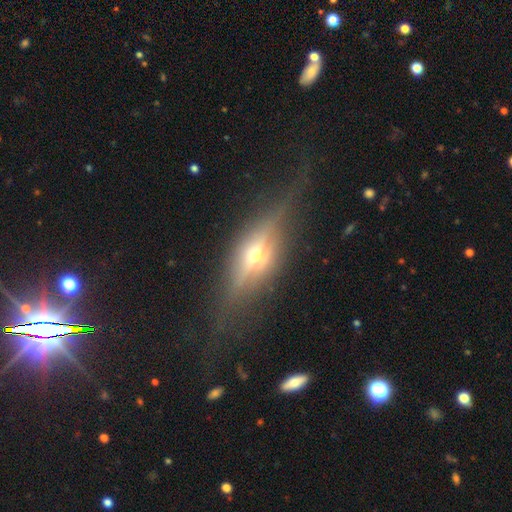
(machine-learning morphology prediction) type=featured or disk (75%); edge-on=yes (90%); edge-on bulge=rounded (91%); merging=none (74%).